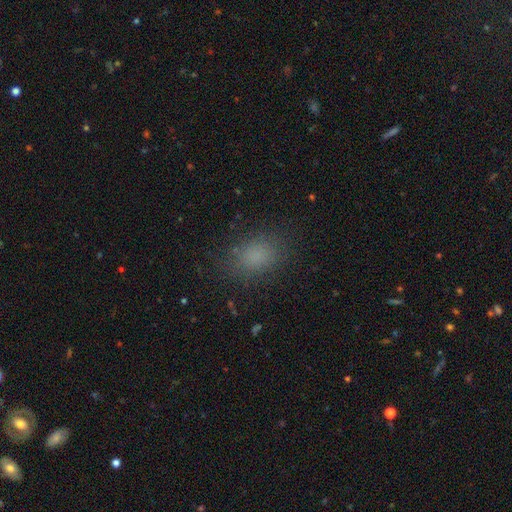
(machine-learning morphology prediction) A smooth galaxy with no disk features (80%) that is in between round and cigar-shaped (64%). Merging: none (82%).